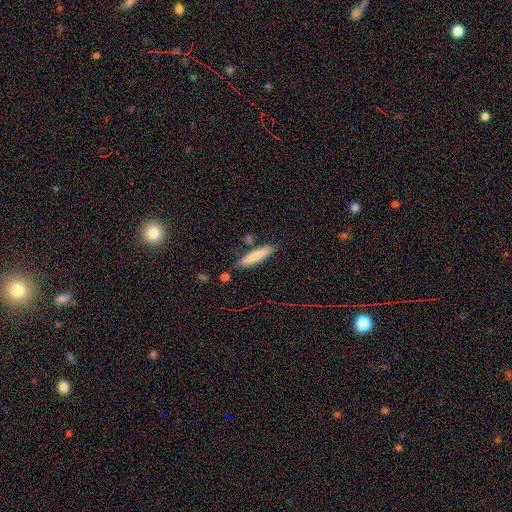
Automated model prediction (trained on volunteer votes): Smooth or featured: smooth — 80% (featured or disk — 14%)
How rounded: cigar-shaped — 84% (in between — 14%)
Merging: none — 81% (minor disturbance — 12%)